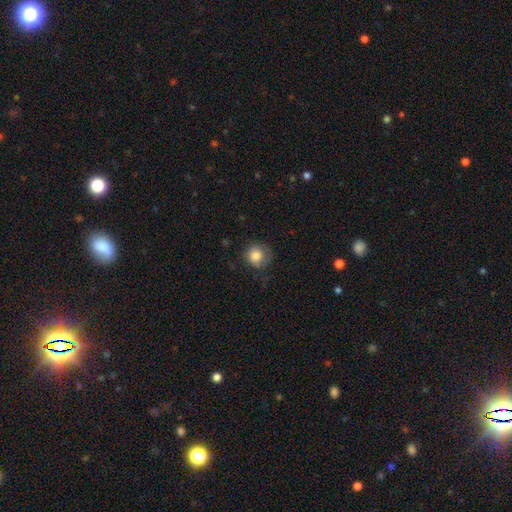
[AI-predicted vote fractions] Smooth or featured? Predicted: smooth (p=0.82). How rounded? Predicted: round (p=0.88). Merging? Predicted: none (p=0.65).